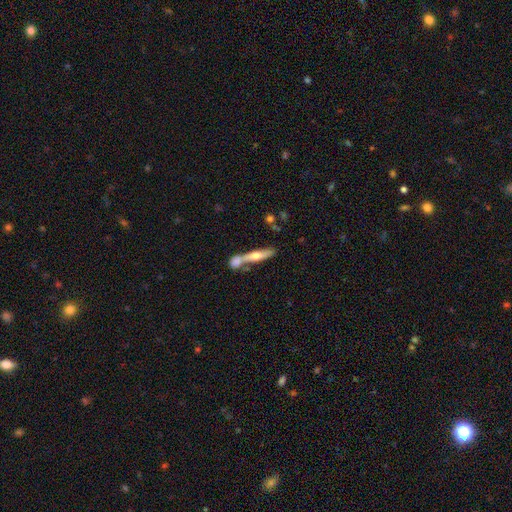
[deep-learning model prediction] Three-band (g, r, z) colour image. It shows a smooth galaxy with no disk features (47%, tied with featured or disk). Merging: none (46%).